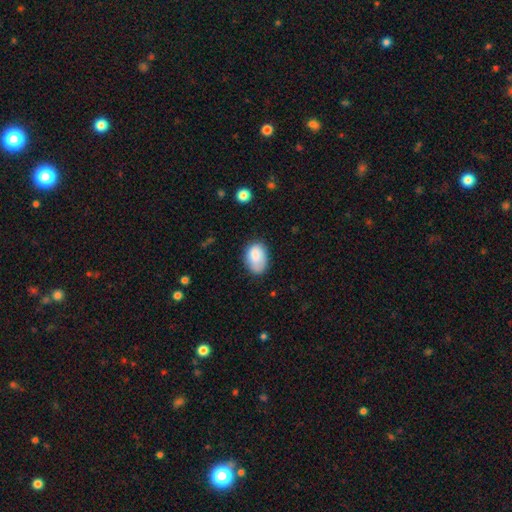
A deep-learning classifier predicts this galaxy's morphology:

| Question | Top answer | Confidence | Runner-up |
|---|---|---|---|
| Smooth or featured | smooth | 83% | featured or disk (10%) |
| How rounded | in between | 86% | round (13%) |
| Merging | none | 65% | minor disturbance (26%) |